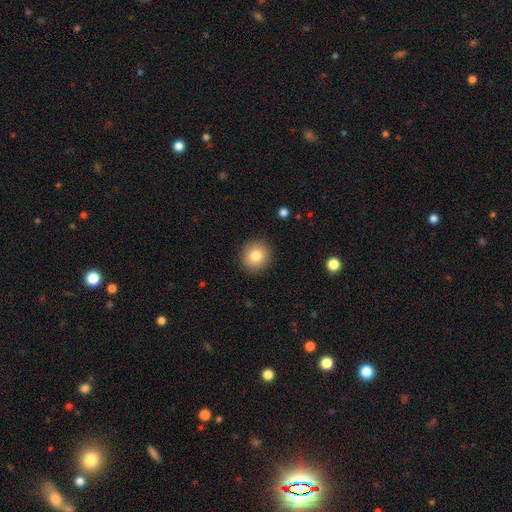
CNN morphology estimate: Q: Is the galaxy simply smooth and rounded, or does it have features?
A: smooth — 81%.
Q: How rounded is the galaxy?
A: round — 91%.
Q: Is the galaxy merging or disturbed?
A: none — 91%.